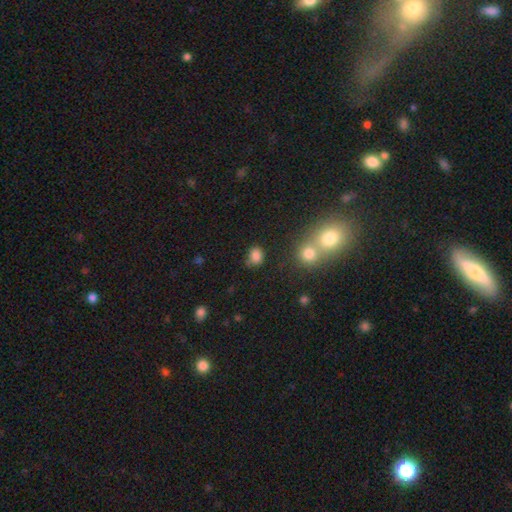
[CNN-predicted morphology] Smooth or featured: smooth — 82% (star or artifact — 13%)
How rounded: round — 51% (in between — 48%)
Merging: none — 63% (minor disturbance — 22%)